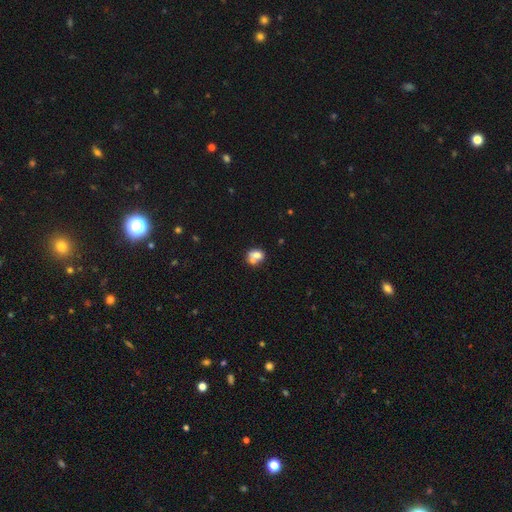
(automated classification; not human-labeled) Smooth or featured? Predicted: smooth (p=0.69). How rounded? Predicted: round (p=0.50). Merging? Predicted: merger (p=0.50).